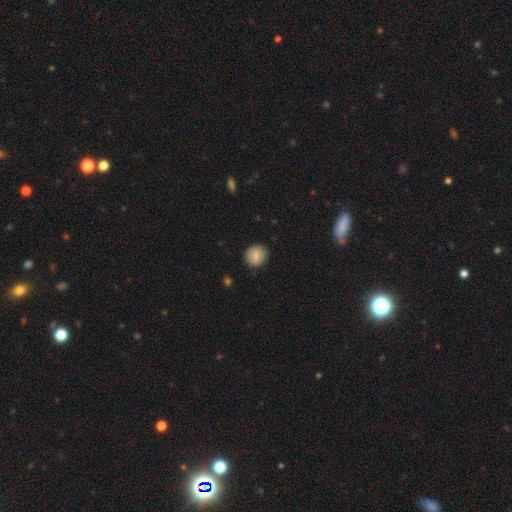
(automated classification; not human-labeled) Smooth or featured? Predicted: smooth (p=0.79). How rounded? Predicted: round (p=0.86). Merging? Predicted: none (p=0.84).